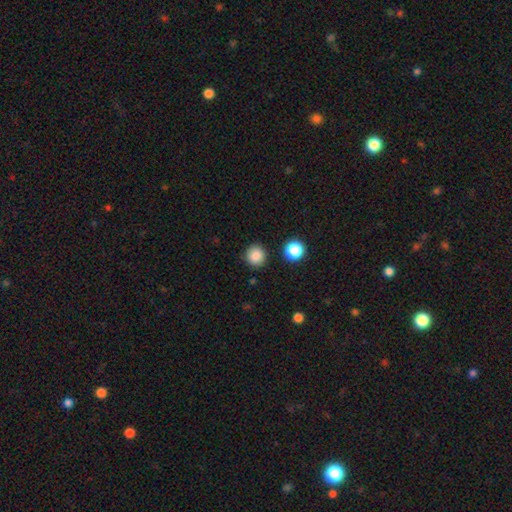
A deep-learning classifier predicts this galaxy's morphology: smooth-or-featured: smooth: 86% | star or artifact: 10% | featured or disk: 3%
  how-rounded: round: 93% | in between: 6% | cigar-shaped: 1%
  merging: none: 88% | minor disturbance: 7% | major disturbance: 2% | merger: 2%